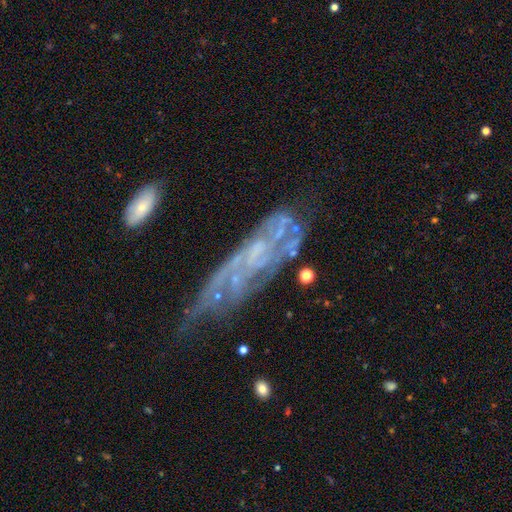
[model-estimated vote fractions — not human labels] smooth-or-featured: featured or disk: 74% | smooth: 15% | star or artifact: 11%
  disk-edge-on: no: 80% | yes: 20%
    bar: no: 69% | weak: 23% | strong: 8%
    has-spiral-arms: yes: 72% | no: 28%
    bulge-size: small: 52% | none: 36% | moderate: 9% | large: 1% | dominant: 1%
  merging: none: 44% | minor disturbance: 26% | major disturbance: 22% | merger: 9%